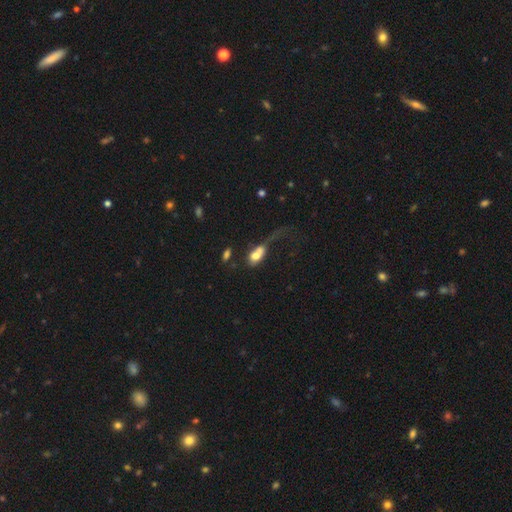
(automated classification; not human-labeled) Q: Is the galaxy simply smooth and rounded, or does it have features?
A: smooth — 67%.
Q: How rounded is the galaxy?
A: in between — 76%.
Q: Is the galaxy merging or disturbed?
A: merger — 36%.